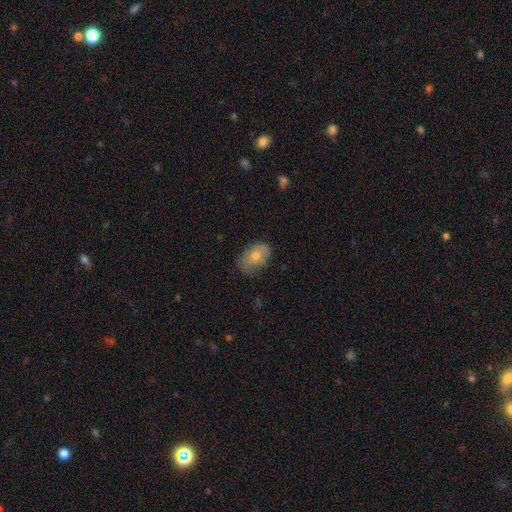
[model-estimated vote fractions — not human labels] This is likely a smooth galaxy (61%). How rounded: clearly in between (84%). Merging: likely none (67%).